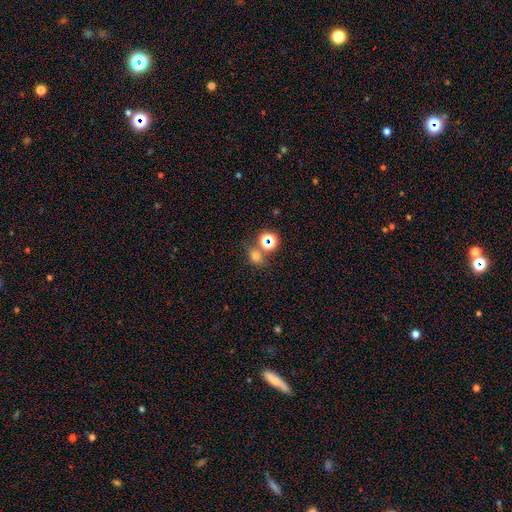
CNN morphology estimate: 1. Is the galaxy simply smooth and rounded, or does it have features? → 65% smooth, 28% star or artifact, 7% featured or disk.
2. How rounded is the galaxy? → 66% round, 33% in between, 1% cigar-shaped.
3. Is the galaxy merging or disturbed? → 65% none, 20% merger, 10% minor disturbance, 5% major disturbance.